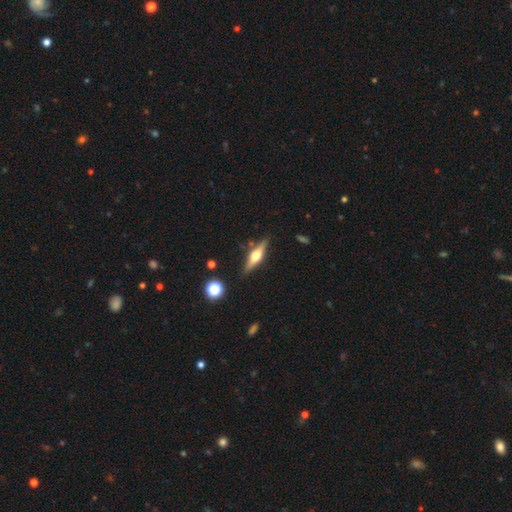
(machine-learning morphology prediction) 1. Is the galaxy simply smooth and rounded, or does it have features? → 64% featured or disk, 29% smooth, 7% star or artifact.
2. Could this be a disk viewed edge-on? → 95% yes, 5% no.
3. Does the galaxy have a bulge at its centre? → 93% rounded, 5% boxy, 2% none.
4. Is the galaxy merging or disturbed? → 86% none, 10% minor disturbance, 3% merger, 2% major disturbance.